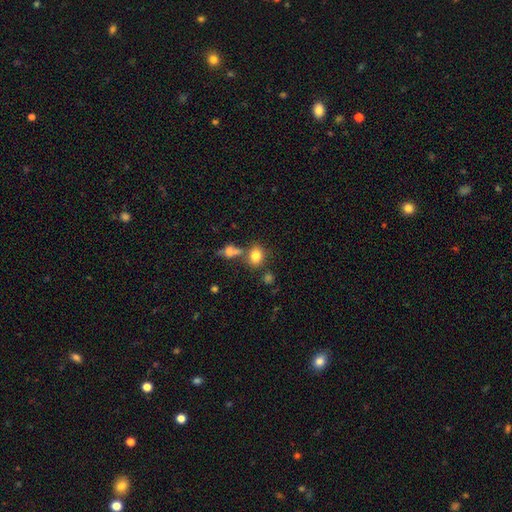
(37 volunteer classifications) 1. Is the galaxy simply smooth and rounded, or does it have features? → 84% smooth, 11% featured or disk, 5% star or artifact.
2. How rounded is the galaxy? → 55% in between, 39% round, 6% cigar-shaped.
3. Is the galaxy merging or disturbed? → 74% none, 11% minor disturbance, 11% merger, 3% major disturbance.